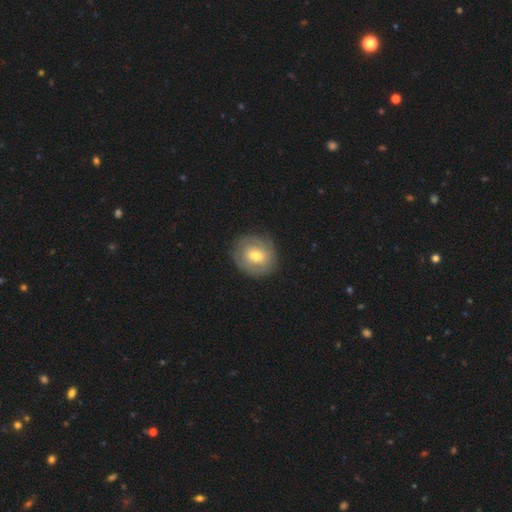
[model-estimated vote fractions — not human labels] The model was most divided on "smooth or featured": featured or disk: 49%, smooth: 44%, star or artifact: 7%. More confident: merging — none (82%).